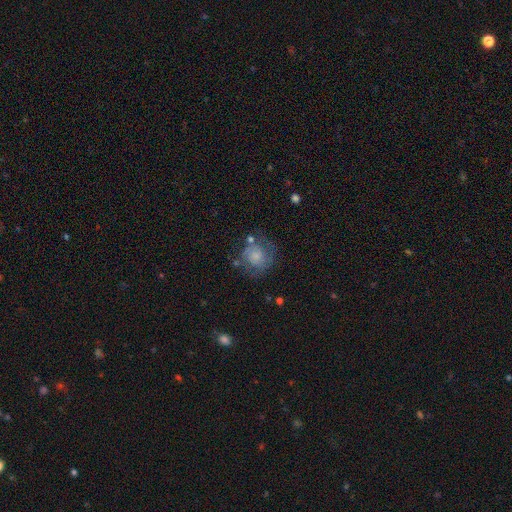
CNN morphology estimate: This is possibly a smooth galaxy (52%). How rounded: clearly round (82%). Merging: possibly none (54%).